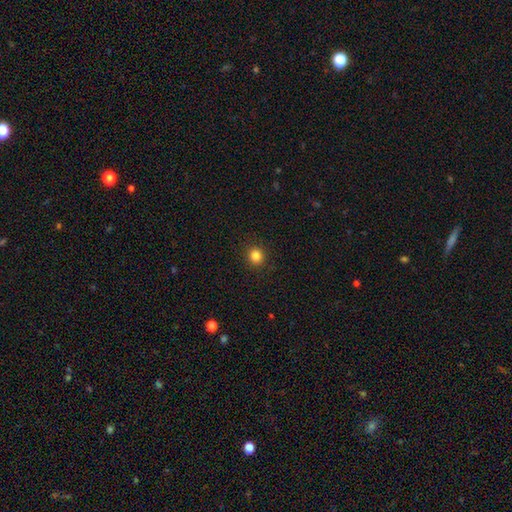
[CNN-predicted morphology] smooth-or-featured: smooth: 84% | star or artifact: 12% | featured or disk: 4%
  how-rounded: round: 88% | in between: 11% | cigar-shaped: 1%
  merging: none: 92% | minor disturbance: 6% | major disturbance: 2% | merger: 1%